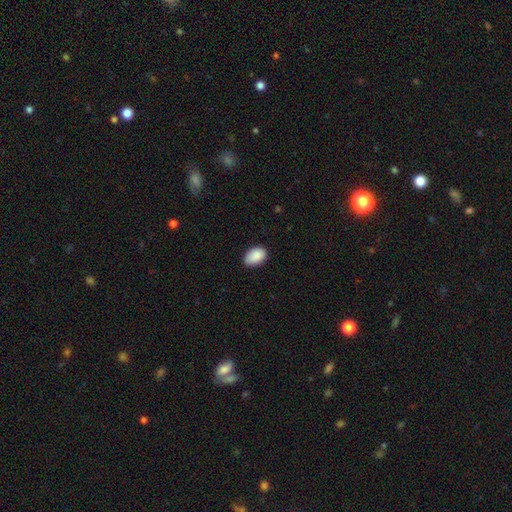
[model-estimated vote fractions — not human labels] Morphology: type=smooth (90%); roundness=in between (90%); merging=none (79%).